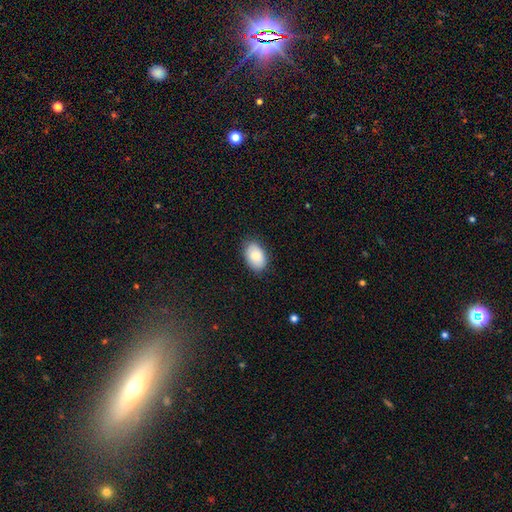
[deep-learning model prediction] Smooth or featured? Predicted: smooth (p=0.82). How rounded? Predicted: in between (p=0.89). Merging? Predicted: none (p=0.85).